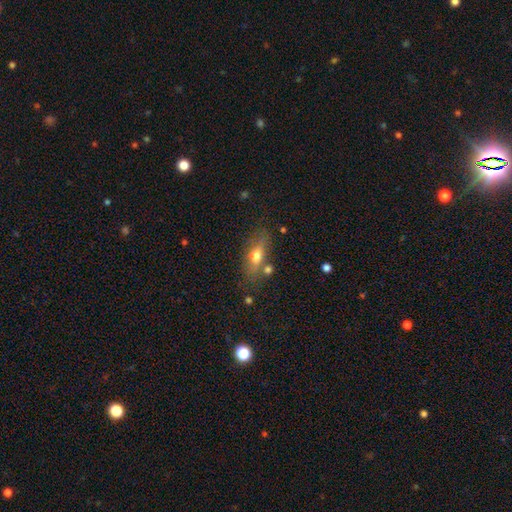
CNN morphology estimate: This is likely a smooth galaxy (62%). How rounded: likely in between (68%). Merging: likely none (68%).